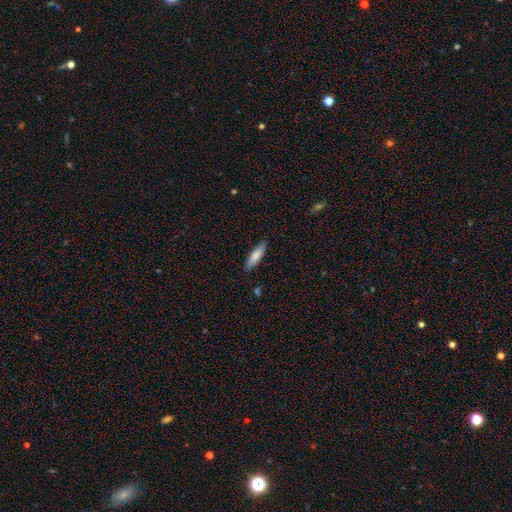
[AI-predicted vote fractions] smooth_or_featured: smooth (p=0.80) [alt: featured or disk p=0.14]
how_rounded: cigar-shaped (p=0.57) [alt: in between p=0.41]
merging: none (p=0.86) [alt: minor disturbance p=0.11]